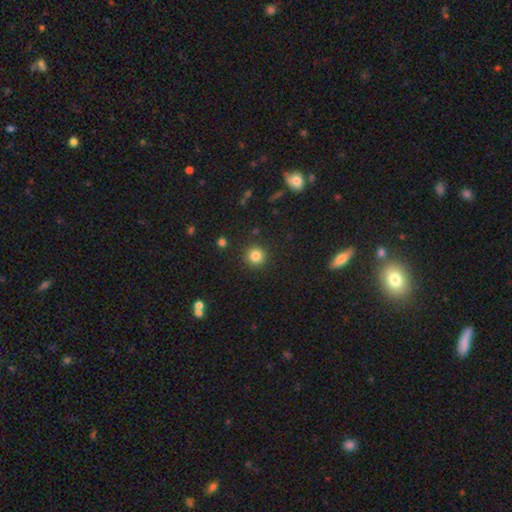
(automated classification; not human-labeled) Smooth or featured? Predicted: smooth (p=0.83). How rounded? Predicted: round (p=0.94). Merging? Predicted: none (p=0.91).